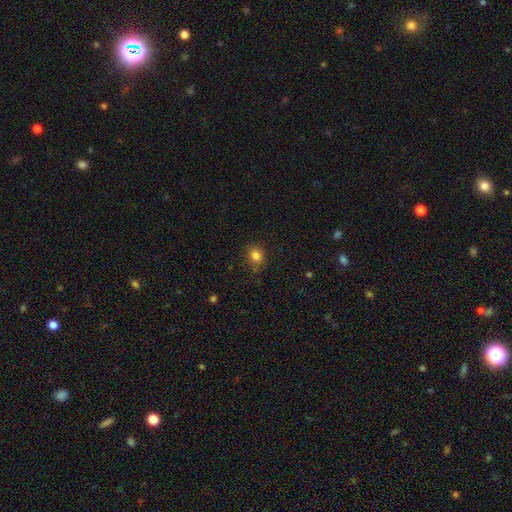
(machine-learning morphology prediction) A smooth galaxy with no disk features (83%) that is round (65%).

Vote fractions:
- Smooth or featured? smooth: 83% / star or artifact: 12% / featured or disk: 5%
- How rounded? round: 65% / in between: 34% / cigar-shaped: 1%
- Merging? none: 82% / minor disturbance: 13% / major disturbance: 3% / merger: 2%